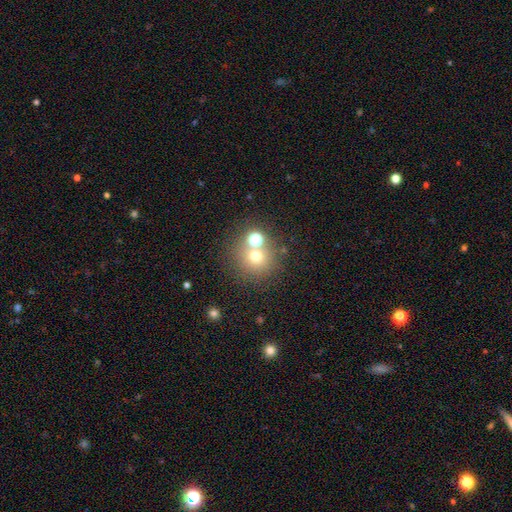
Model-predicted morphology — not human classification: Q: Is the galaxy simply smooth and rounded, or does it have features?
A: smooth — 67%.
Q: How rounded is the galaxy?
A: round — 91%.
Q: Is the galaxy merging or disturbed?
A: none — 66%.